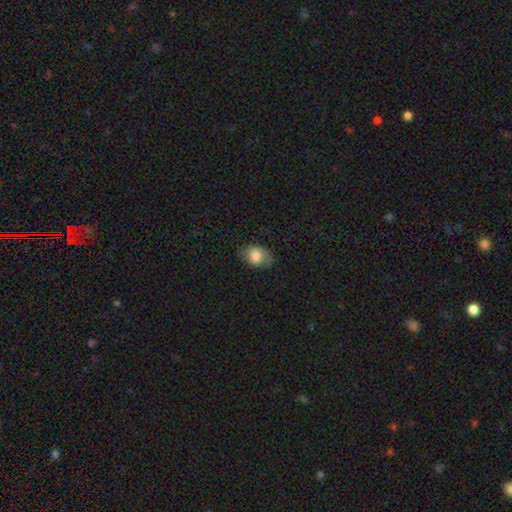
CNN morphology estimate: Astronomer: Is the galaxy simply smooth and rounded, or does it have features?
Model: smooth — 73%.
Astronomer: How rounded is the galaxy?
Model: in between — 75%.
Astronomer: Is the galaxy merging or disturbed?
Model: none — 67%.